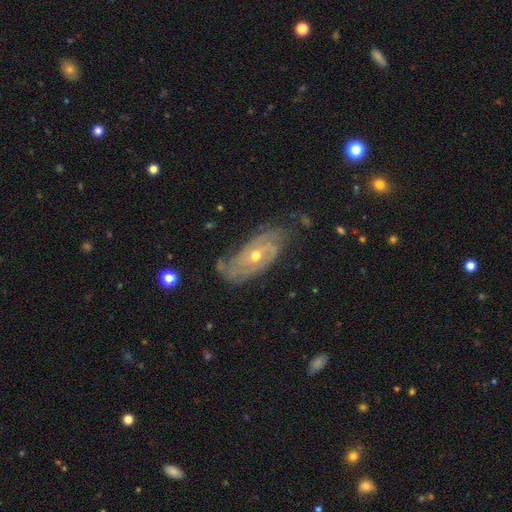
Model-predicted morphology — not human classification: smooth-or-featured: featured or disk: 84% | smooth: 9% | star or artifact: 7%
  disk-edge-on: no: 91% | yes: 9%
    bar: no: 72% | weak: 22% | strong: 6%
    has-spiral-arms: yes: 93% | no: 7%
      spiral-winding: tight: 67% | medium: 25% | loose: 7%
      spiral-arm-count: can't tell: 34% | 2: 32% | 3: 17% | 4: 7% | 1: 5% | more than 4: 5%
    bulge-size: moderate: 52% | small: 45% | large: 1% | none: 1% | dominant: 1%
  merging: none: 68% | minor disturbance: 22% | major disturbance: 7% | merger: 2%